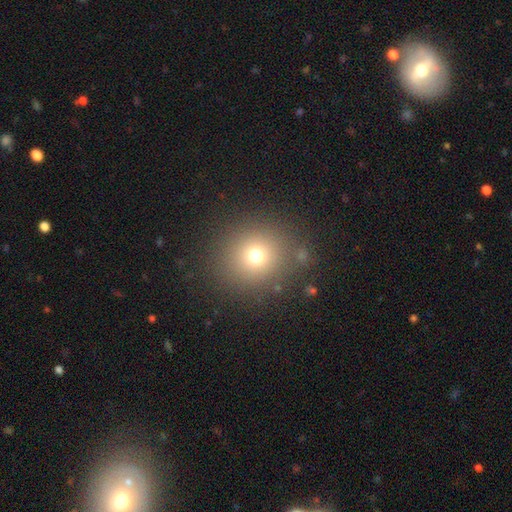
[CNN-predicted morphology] Smooth or featured?
  - smooth: 71% *
  - star or artifact: 19%
  - featured or disk: 10%
How rounded?
  - round: 89% *
  - in between: 10%
  - cigar-shaped: 1%
Merging?
  - none: 85% *
  - minor disturbance: 8%
  - major disturbance: 4%
  - merger: 3%